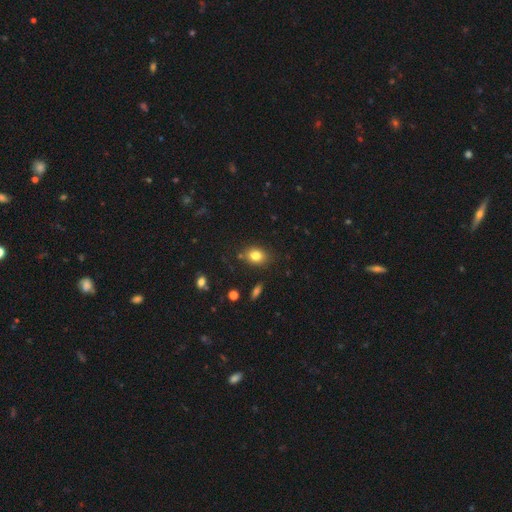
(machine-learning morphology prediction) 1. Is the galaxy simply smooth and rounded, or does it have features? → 81% smooth, 11% star or artifact, 8% featured or disk.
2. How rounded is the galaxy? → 59% in between, 40% round, 1% cigar-shaped.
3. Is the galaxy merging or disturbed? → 80% none, 13% minor disturbance, 4% merger, 3% major disturbance.